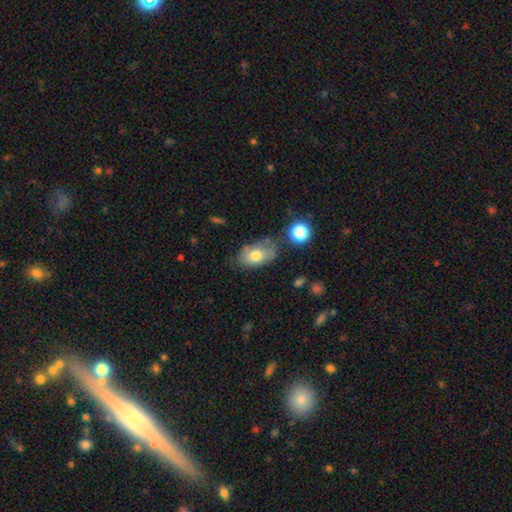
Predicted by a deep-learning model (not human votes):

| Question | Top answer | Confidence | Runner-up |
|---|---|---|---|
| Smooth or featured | smooth | 72% | featured or disk (19%) |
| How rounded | in between | 87% | round (12%) |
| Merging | none | 55% | minor disturbance (27%) |